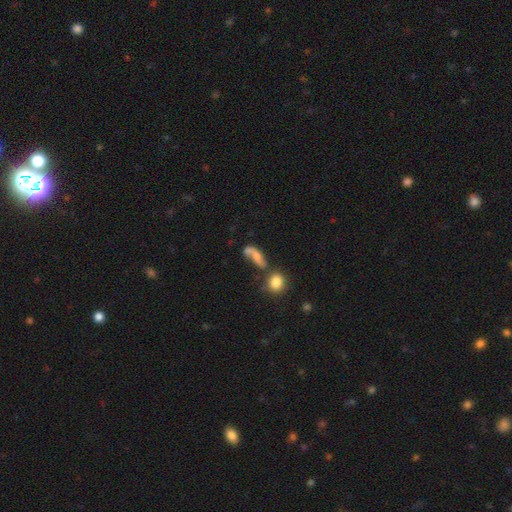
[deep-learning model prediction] Smooth or featured?
  - featured or disk: 48% *
  - smooth: 41%
  - star or artifact: 11%
Merging?
  - none: 39% *
  - merger: 26%
  - minor disturbance: 18%
  - major disturbance: 18%